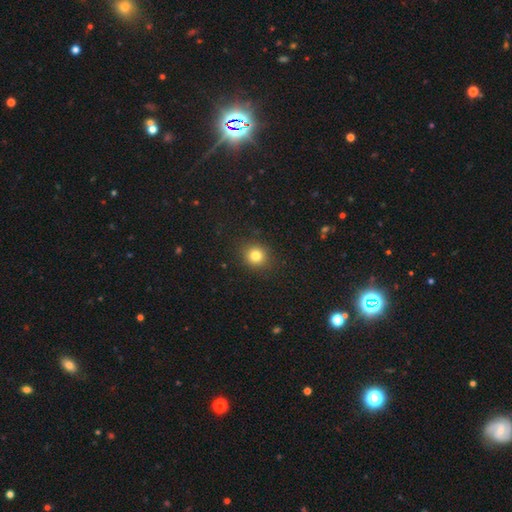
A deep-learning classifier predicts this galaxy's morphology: smooth-or-featured: smooth: 81% | star or artifact: 12% | featured or disk: 6%
  how-rounded: round: 86% | in between: 13% | cigar-shaped: 1%
  merging: none: 89% | minor disturbance: 7% | major disturbance: 3% | merger: 1%